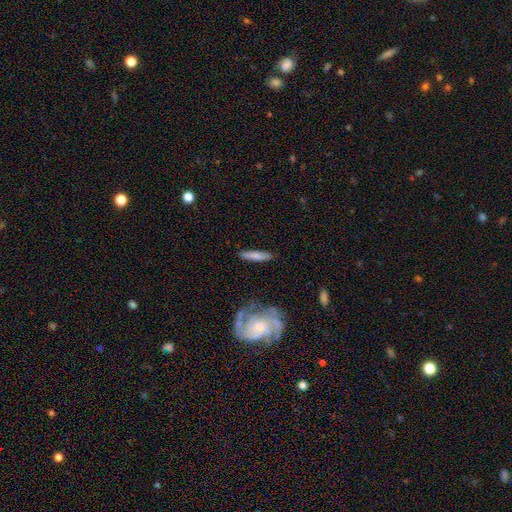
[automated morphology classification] Q: Smooth or featured?
A: smooth (71%); runner-up: featured or disk (23%)
Q: How rounded?
A: cigar-shaped (84%); runner-up: in between (14%)
Q: Merging?
A: none (85%); runner-up: minor disturbance (10%)